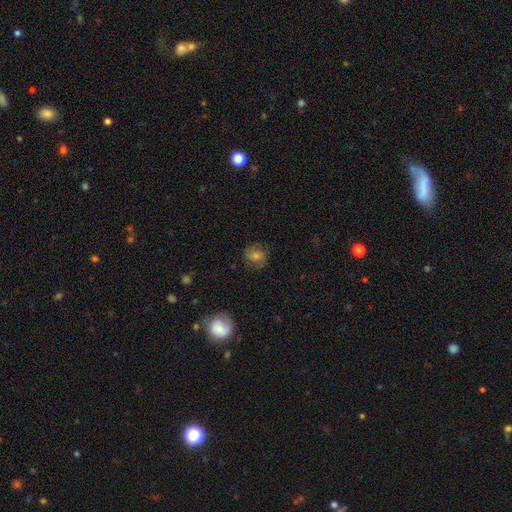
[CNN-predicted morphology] A featured or disk galaxy (51%).

Vote fractions:
- Smooth or featured? featured or disk: 51% / smooth: 33% / star or artifact: 15%
- Edge-on disk? no: 97% / yes: 3%
- Merging? none: 80% / minor disturbance: 13% / major disturbance: 6% / merger: 1%